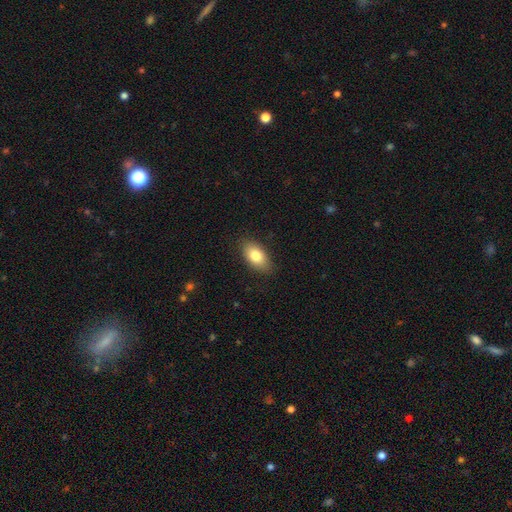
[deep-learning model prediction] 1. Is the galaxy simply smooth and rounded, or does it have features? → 80% smooth, 13% featured or disk, 7% star or artifact.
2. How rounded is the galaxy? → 91% in between, 6% round, 3% cigar-shaped.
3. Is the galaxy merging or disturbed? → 86% none, 10% minor disturbance, 2% major disturbance, 1% merger.